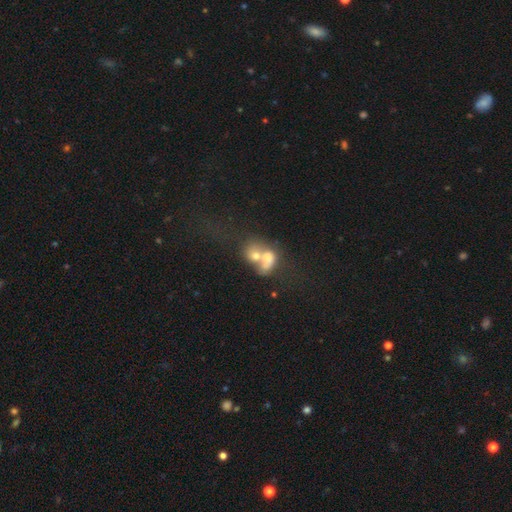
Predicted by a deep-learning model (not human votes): A smooth galaxy with no disk features (58%) that is in between round and cigar-shaped (54%).

Vote fractions:
- Smooth or featured? smooth: 58% / featured or disk: 32% / star or artifact: 9%
- How rounded? in between: 54% / round: 45% / cigar-shaped: 1%
- Merging? merger: 77% / none: 11% / major disturbance: 7% / minor disturbance: 5%